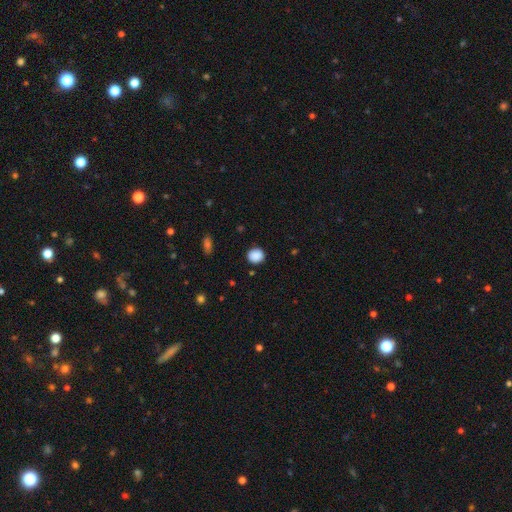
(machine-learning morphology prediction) Smooth or featured? smooth (89%)
How rounded? round (85%)
Merging? none (88%)